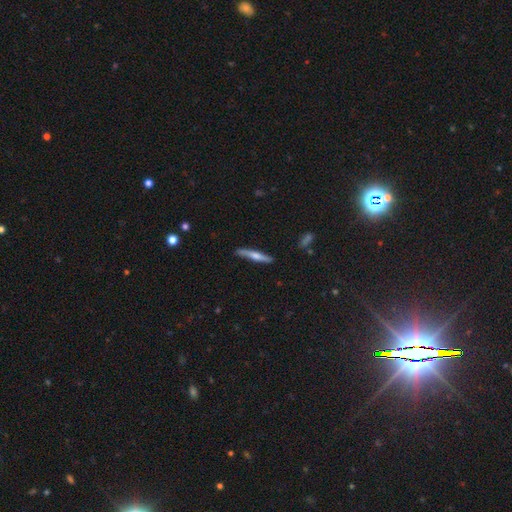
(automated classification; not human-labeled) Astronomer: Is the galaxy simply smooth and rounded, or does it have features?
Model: featured or disk — 51% (runner-up: smooth, 43%).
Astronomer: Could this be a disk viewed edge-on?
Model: yes — 94%.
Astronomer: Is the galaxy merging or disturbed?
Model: none — 86%.